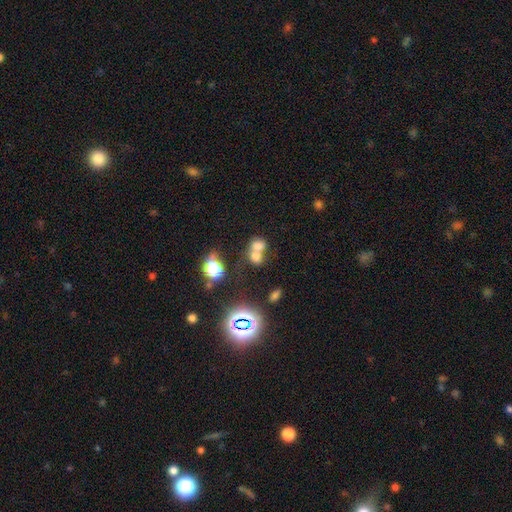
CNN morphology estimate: smooth-or-featured: smooth: 63% | star or artifact: 22% | featured or disk: 16%
  how-rounded: round: 54% | in between: 44% | cigar-shaped: 2%
  merging: merger: 67% | none: 23% | minor disturbance: 6% | major disturbance: 4%